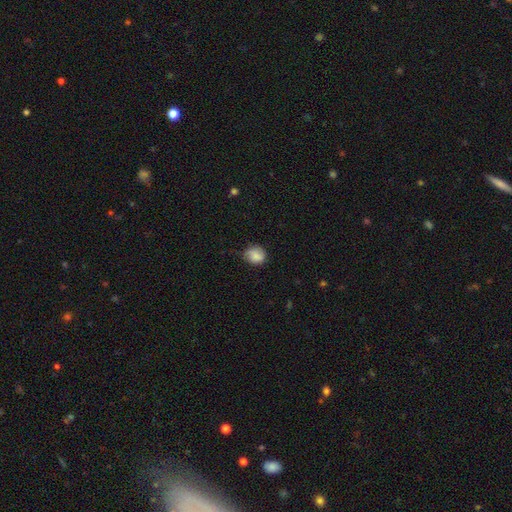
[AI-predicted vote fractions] This is likely a smooth galaxy (79%). How rounded: likely round (67%). Merging: likely none (64%).